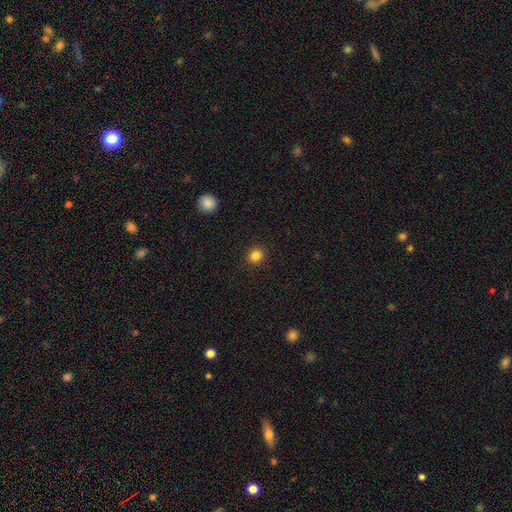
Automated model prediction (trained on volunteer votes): Smooth or featured: smooth — 84% (star or artifact — 12%)
How rounded: round — 86% (in between — 13%)
Merging: none — 91% (minor disturbance — 6%)